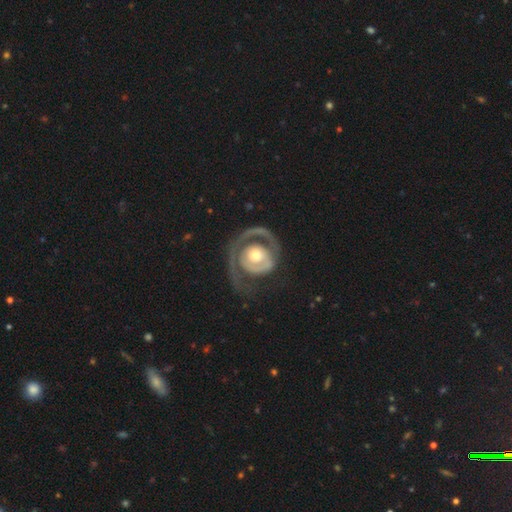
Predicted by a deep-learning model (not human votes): smooth_or_featured: featured or disk (p=0.77) [alt: smooth p=0.19]
disk_edge_on: no (p=0.97) [alt: yes p=0.03]
bar: no (p=0.80) [alt: weak p=0.15]
has_spiral_arms: yes (p=0.73) [alt: no p=0.27]
spiral_winding: tight (p=0.52) [alt: medium p=0.28]
spiral_arm_count: 1 (p=0.60) [alt: 2 p=0.24]
bulge_size: moderate (p=0.64) [alt: small p=0.20]
merging: none (p=0.42) [alt: major disturbance p=0.37]